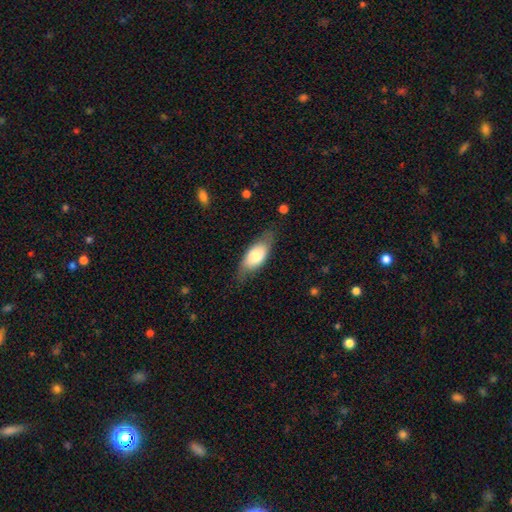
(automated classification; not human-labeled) Smooth or featured? smooth (69%)
How rounded? in between (84%)
Merging? none (72%)